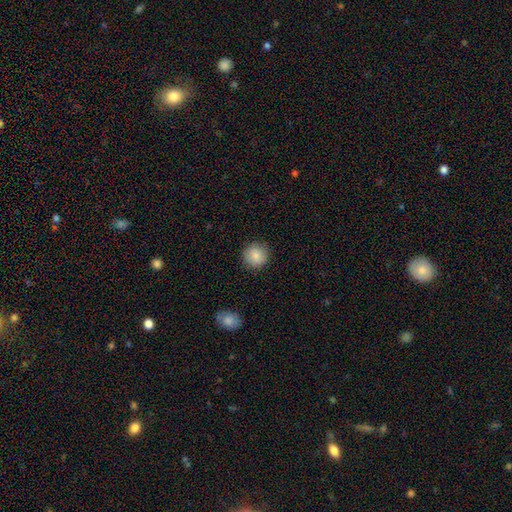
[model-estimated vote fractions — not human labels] Smooth or featured?
  - smooth: 86% *
  - star or artifact: 8%
  - featured or disk: 6%
How rounded?
  - round: 93% *
  - in between: 6%
  - cigar-shaped: 1%
Merging?
  - none: 90% *
  - minor disturbance: 7%
  - major disturbance: 2%
  - merger: 1%